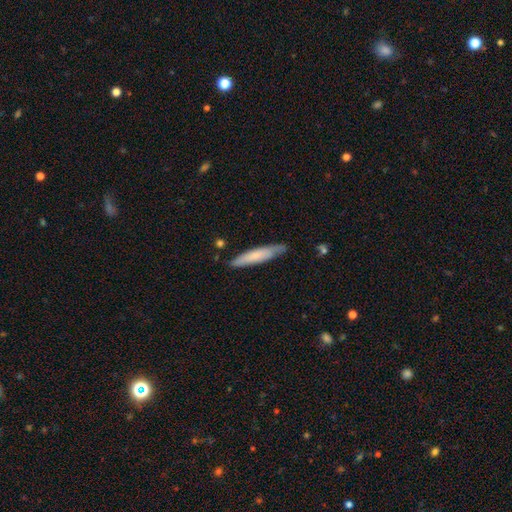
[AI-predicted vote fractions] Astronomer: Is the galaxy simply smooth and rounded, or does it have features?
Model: smooth — 68%.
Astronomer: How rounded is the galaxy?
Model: cigar-shaped — 89%.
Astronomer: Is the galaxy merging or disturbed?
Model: none — 81%.